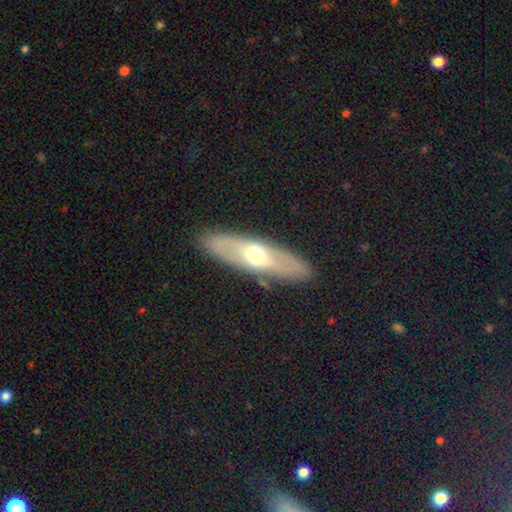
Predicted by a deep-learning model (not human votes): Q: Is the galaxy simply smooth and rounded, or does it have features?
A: featured or disk — 53%.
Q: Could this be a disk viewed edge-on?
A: no — 56%.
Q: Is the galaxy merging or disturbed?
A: none — 86%.